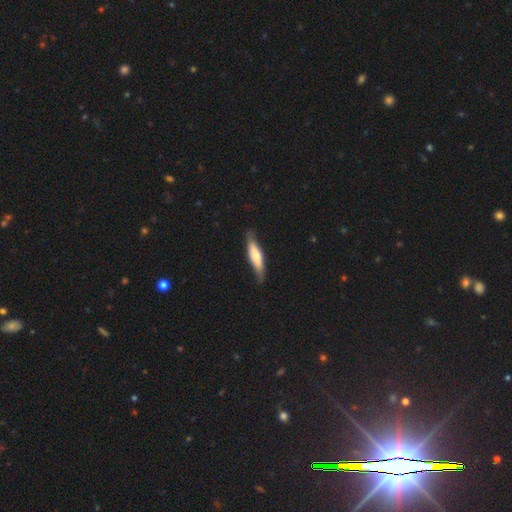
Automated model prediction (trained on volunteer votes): Q: Smooth or featured?
A: smooth (61%); runner-up: featured or disk (34%)
Q: How rounded?
A: cigar-shaped (73%); runner-up: in between (26%)
Q: Merging?
A: none (74%); runner-up: minor disturbance (20%)